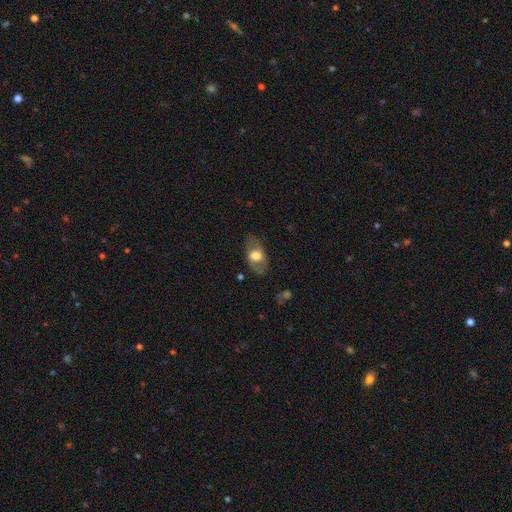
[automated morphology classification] smooth-or-featured: smooth: 51% | featured or disk: 42% | star or artifact: 7%
  how-rounded: in between: 85% | round: 12% | cigar-shaped: 3%
  merging: none: 73% | minor disturbance: 18% | major disturbance: 8% | merger: 1%